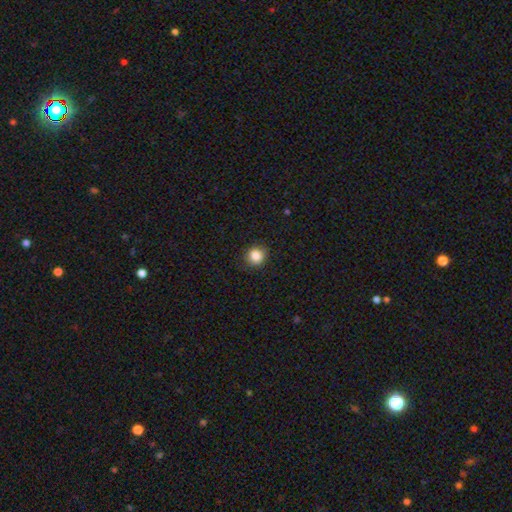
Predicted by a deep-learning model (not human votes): A smooth galaxy with no disk features (86%) that is round (88%). Merging: none (89%).